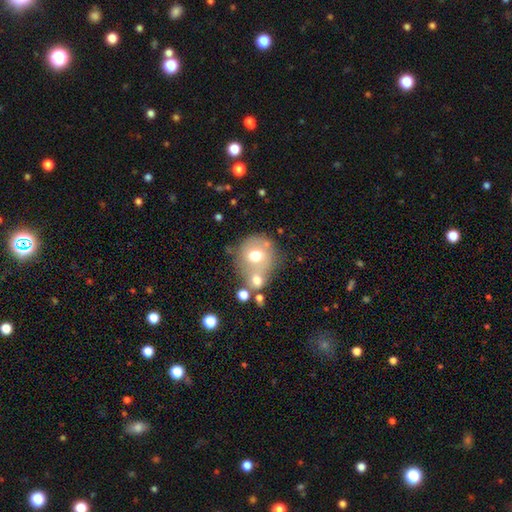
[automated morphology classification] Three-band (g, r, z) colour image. It shows a smooth galaxy with no disk features (63%) that is round (82%). Merging: none (47%).